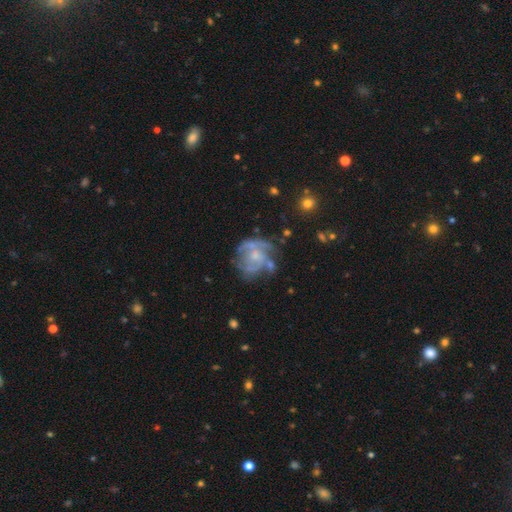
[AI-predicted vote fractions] Overall: featured or disk (76%). Edge-on disk: no (98%). Bar: no (72%). Spiral arms: yes (76%). Spiral arm count: can't tell (36%; 2 28%). Spiral winding: tight (44%; medium 40%). Bulge size: small (50%; moderate 33%). Merging: none (49%; minor disturbance 23%).